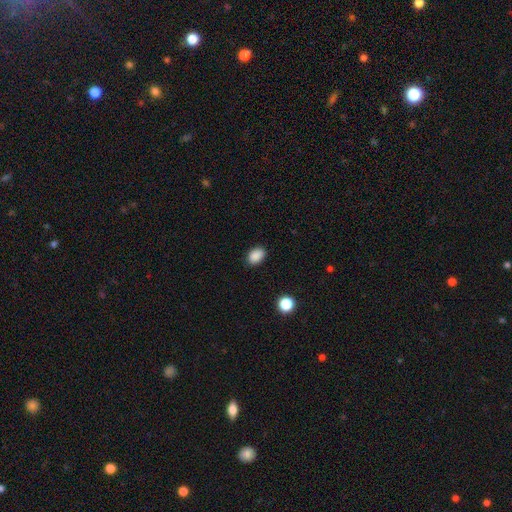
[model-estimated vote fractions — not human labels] Smooth or featured? smooth (88%)
How rounded? in between (82%)
Merging? none (88%)